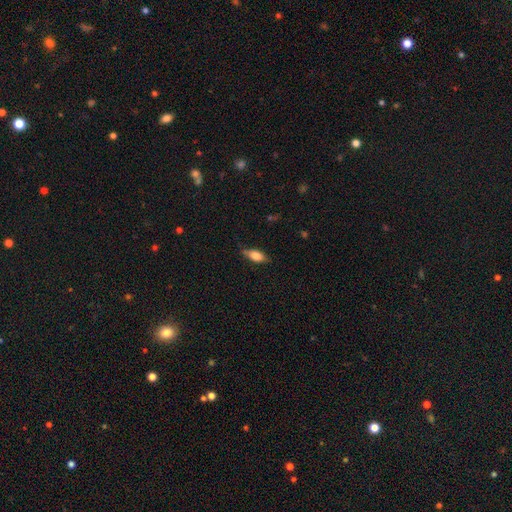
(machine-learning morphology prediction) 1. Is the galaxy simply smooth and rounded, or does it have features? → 74% smooth, 19% featured or disk, 7% star or artifact.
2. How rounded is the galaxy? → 77% in between, 20% cigar-shaped, 3% round.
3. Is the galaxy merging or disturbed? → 74% none, 21% minor disturbance, 4% major disturbance, 1% merger.